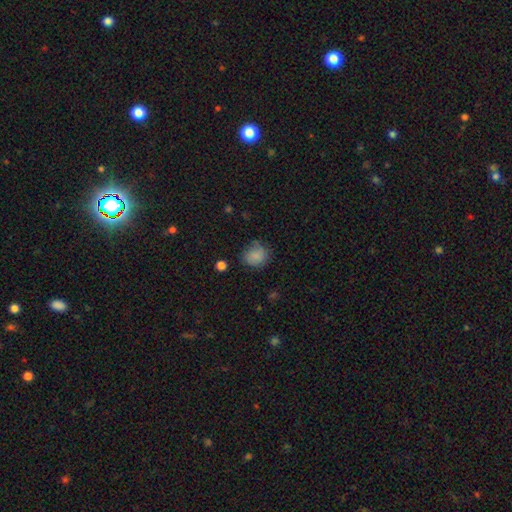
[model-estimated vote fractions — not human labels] A smooth galaxy with no disk features (83%) that is round (73%).

Vote fractions:
- Smooth or featured? smooth: 83% / star or artifact: 10% / featured or disk: 7%
- How rounded? round: 73% / in between: 26% / cigar-shaped: 1%
- Merging? none: 68% / minor disturbance: 24% / major disturbance: 6% / merger: 2%